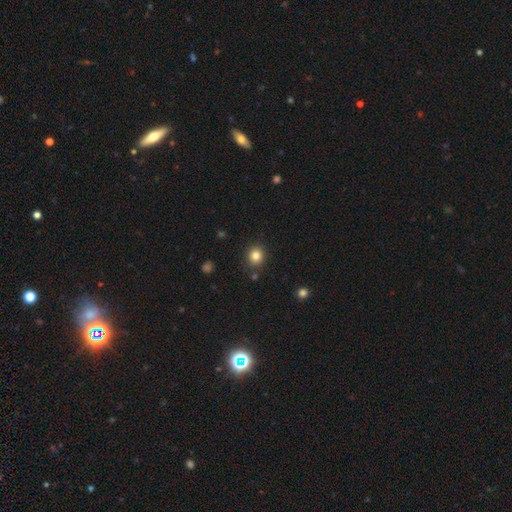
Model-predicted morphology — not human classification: A smooth galaxy with no disk features (83%) that is round (86%).

Vote fractions:
- Smooth or featured? smooth: 83% / star or artifact: 12% / featured or disk: 5%
- How rounded? round: 86% / in between: 13% / cigar-shaped: 1%
- Merging? none: 87% / minor disturbance: 8% / merger: 3% / major disturbance: 2%